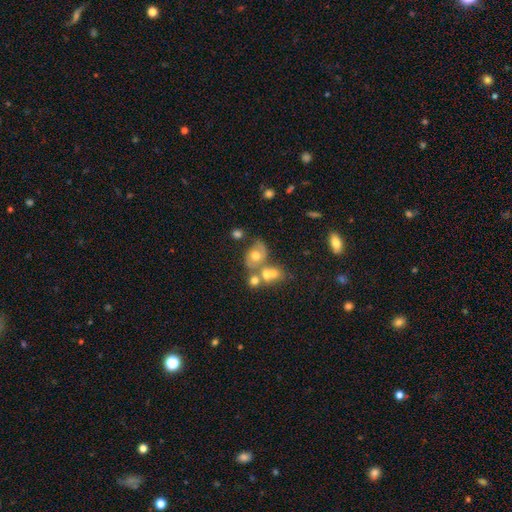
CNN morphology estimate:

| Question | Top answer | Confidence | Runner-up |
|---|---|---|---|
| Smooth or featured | featured or disk | 44% | smooth (43%) |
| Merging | none | 36% | merger (34%) |